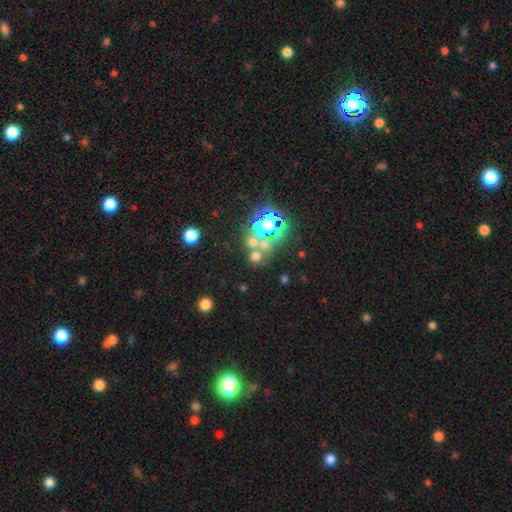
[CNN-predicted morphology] Overall: smooth (53%; star or artifact 36%). How rounded: round (85%). Merging: none (59%; merger 27%).